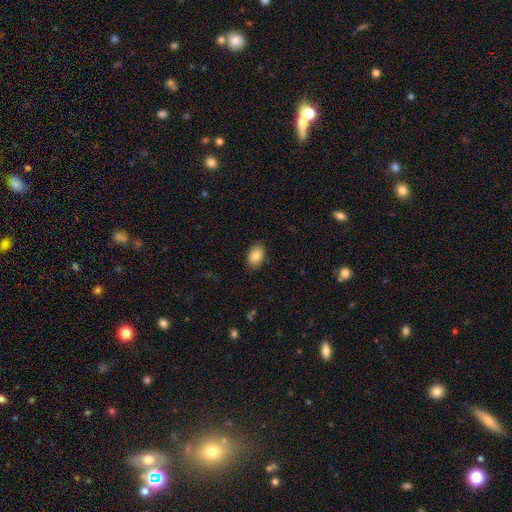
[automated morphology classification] Q: Smooth or featured?
A: smooth (86%); runner-up: star or artifact (7%)
Q: How rounded?
A: in between (90%); runner-up: round (9%)
Q: Merging?
A: none (87%); runner-up: minor disturbance (10%)